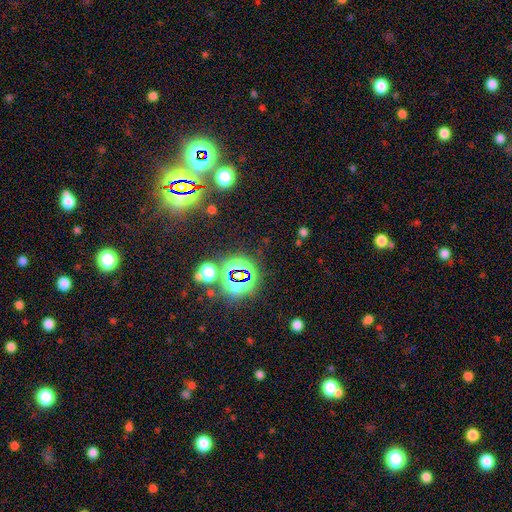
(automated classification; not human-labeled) Smooth or featured: star or artifact — 79% (smooth — 12%)